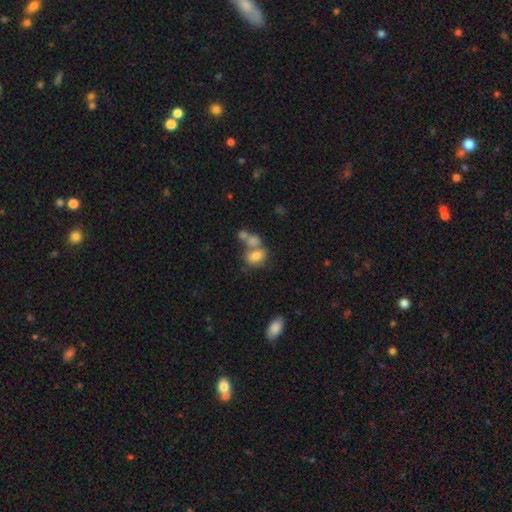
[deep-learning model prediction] A smooth galaxy with no disk features (76%) that is in between round and cigar-shaped (80%). Merging: merger (47%).